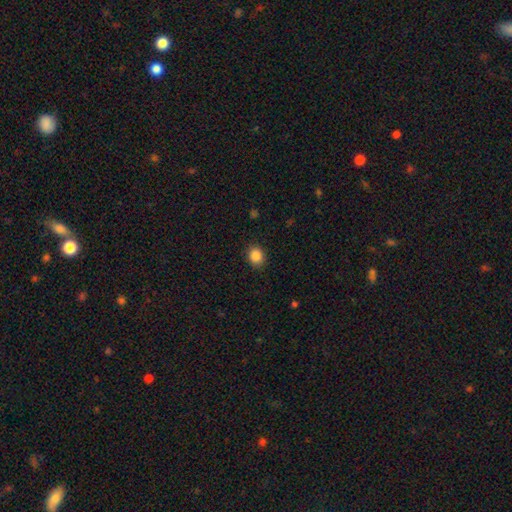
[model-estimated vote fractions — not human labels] This is clearly a smooth galaxy (87%). How rounded: likely round (64%). Merging: clearly none (89%).